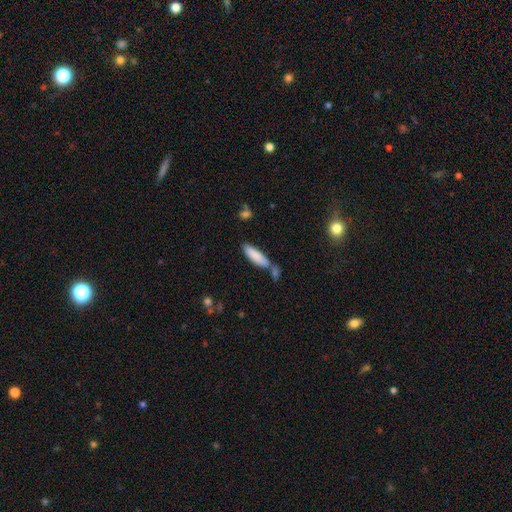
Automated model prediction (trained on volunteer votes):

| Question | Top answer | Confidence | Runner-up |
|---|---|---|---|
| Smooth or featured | smooth | 83% | featured or disk (11%) |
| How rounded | cigar-shaped | 59% | in between (39%) |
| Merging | none | 59% | merger (22%) |